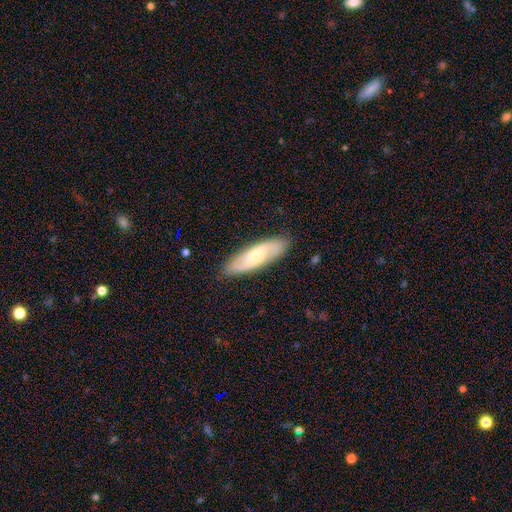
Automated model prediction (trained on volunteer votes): featured or disk 57%, smooth 37%, star or artifact 6%. Down the decision tree: edge-on disk — no (79%); merging — none (87%).